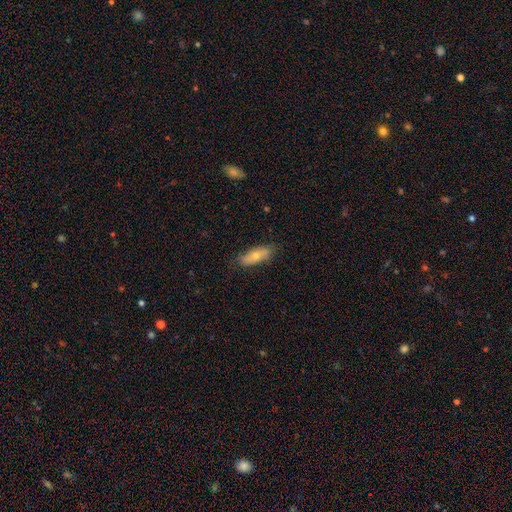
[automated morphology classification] Q: Smooth or featured?
A: smooth (59%); runner-up: featured or disk (34%)
Q: How rounded?
A: in between (66%); runner-up: cigar-shaped (31%)
Q: Merging?
A: none (82%); runner-up: minor disturbance (14%)